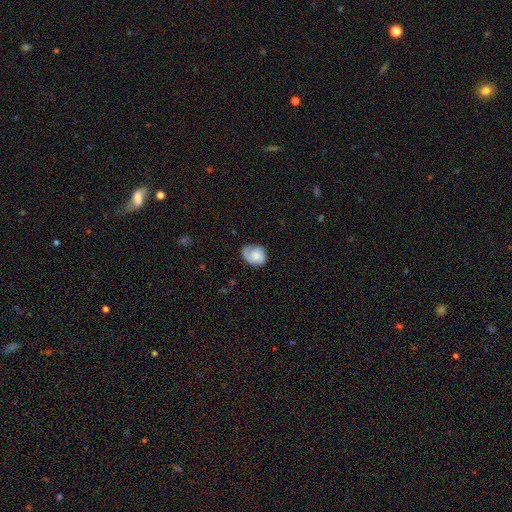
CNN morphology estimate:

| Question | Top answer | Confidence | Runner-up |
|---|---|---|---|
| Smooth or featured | smooth | 50% | featured or disk (43%) |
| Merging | none | 58% | minor disturbance (27%) |